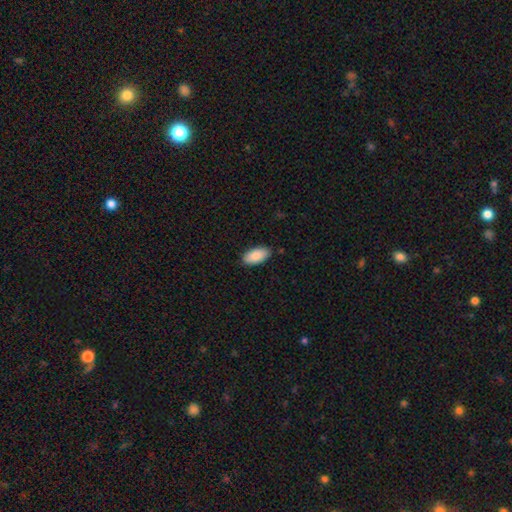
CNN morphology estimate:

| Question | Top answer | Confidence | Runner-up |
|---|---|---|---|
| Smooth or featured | smooth | 89% | star or artifact (6%) |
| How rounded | in between | 94% | cigar-shaped (4%) |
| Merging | none | 86% | minor disturbance (11%) |